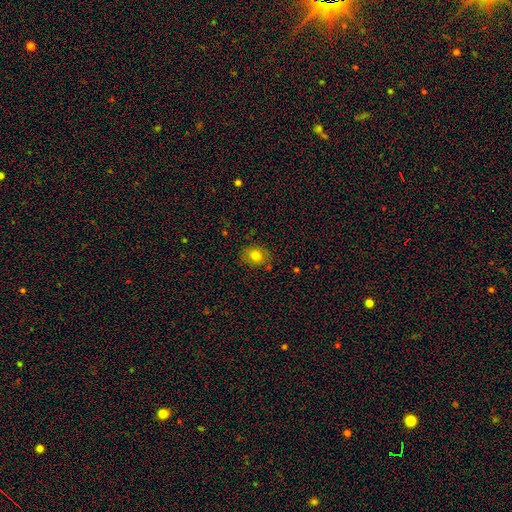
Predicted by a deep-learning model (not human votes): The model was most divided on "how rounded": round: 54%, in between: 45%, cigar-shaped: 1%. More confident: smooth or featured — smooth (79%); merging — none (77%).